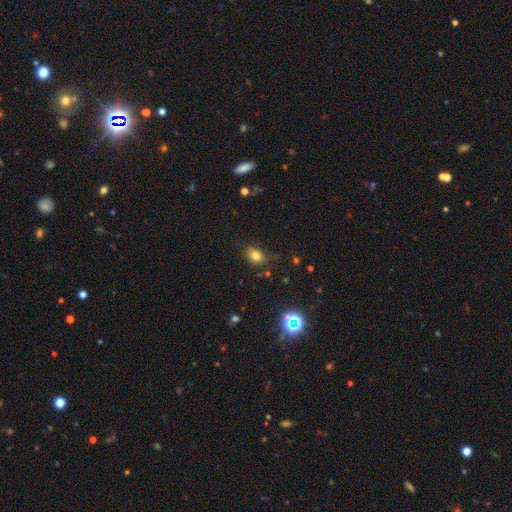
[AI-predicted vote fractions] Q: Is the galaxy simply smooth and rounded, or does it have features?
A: smooth — 77%.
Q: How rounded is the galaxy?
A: in between — 60%.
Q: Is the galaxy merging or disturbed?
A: none — 77%.